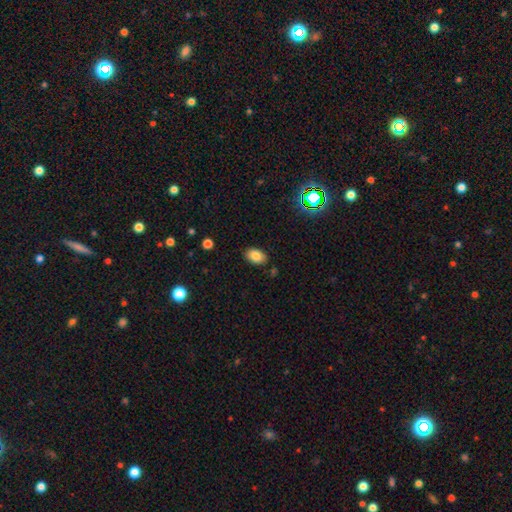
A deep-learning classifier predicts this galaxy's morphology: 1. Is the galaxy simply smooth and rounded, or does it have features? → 83% smooth, 10% star or artifact, 7% featured or disk.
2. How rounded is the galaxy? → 87% in between, 12% round, 1% cigar-shaped.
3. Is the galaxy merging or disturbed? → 85% none, 11% minor disturbance, 2% major disturbance, 2% merger.